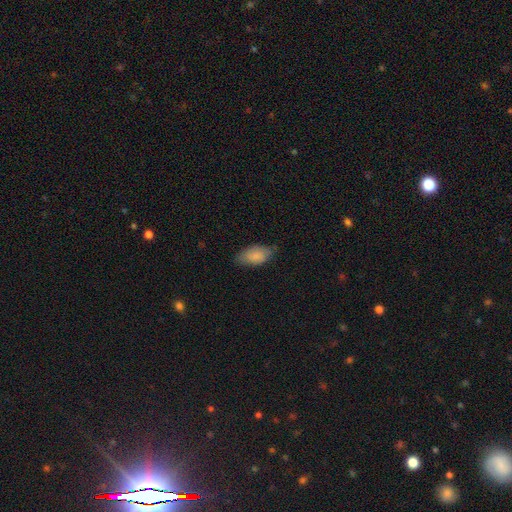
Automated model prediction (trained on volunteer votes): The model was most divided on "merging": none: 68%, minor disturbance: 26%, major disturbance: 5%, merger: 1%. More confident: how rounded — in between (93%); smooth or featured — smooth (83%).